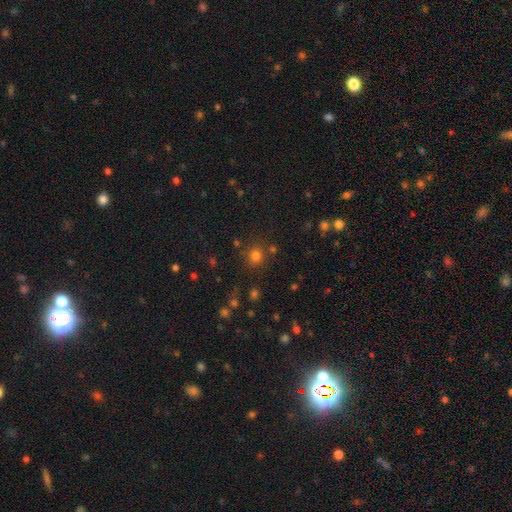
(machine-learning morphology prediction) A smooth galaxy with no disk features (74%) that is round (87%). Merging: none (81%).